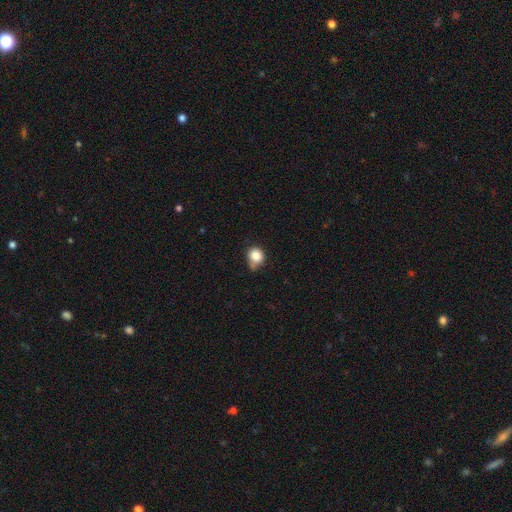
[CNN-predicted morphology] A smooth galaxy with no disk features (84%) that is round (81%). Merging: none (59%).